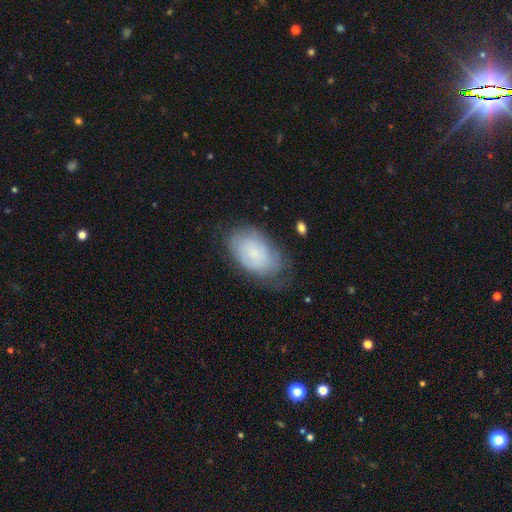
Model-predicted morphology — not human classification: smooth-or-featured: smooth: 55% | featured or disk: 35% | star or artifact: 10%
  how-rounded: in between: 90% | round: 8% | cigar-shaped: 1%
  merging: none: 61% | minor disturbance: 27% | major disturbance: 11% | merger: 2%